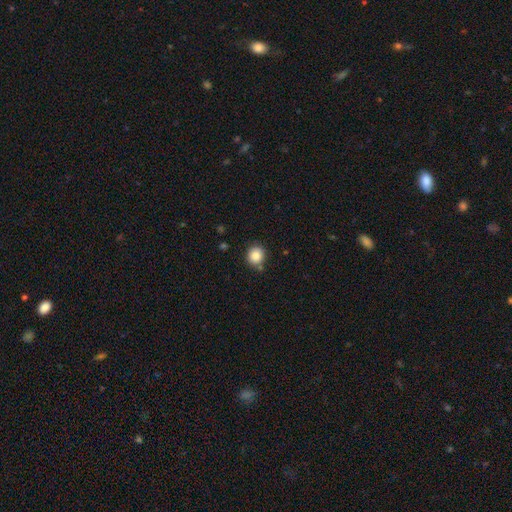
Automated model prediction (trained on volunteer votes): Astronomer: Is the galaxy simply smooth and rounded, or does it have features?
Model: smooth — 85%.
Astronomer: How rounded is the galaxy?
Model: round — 86%.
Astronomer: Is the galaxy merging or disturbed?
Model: none — 82%.